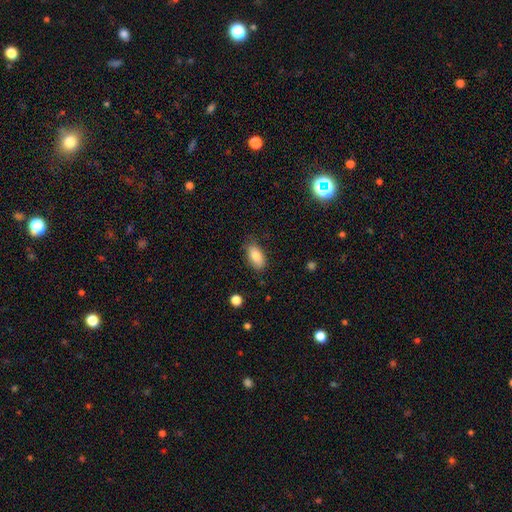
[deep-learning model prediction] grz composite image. It shows a smooth galaxy with no disk features (82%) that is in between round and cigar-shaped (90%). Merging: none (77%).